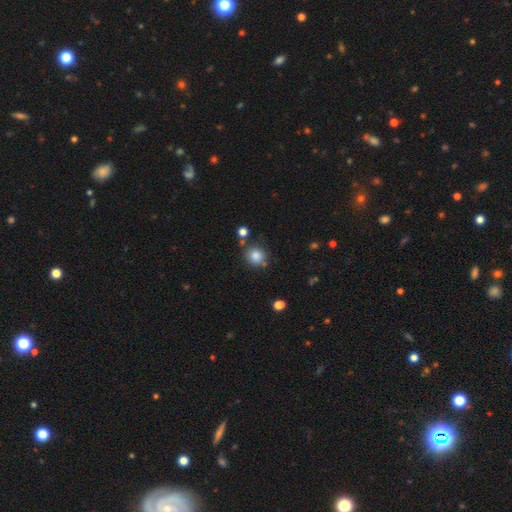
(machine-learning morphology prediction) A smooth galaxy with no disk features (84%) that is round (87%). Merging: none (75%).